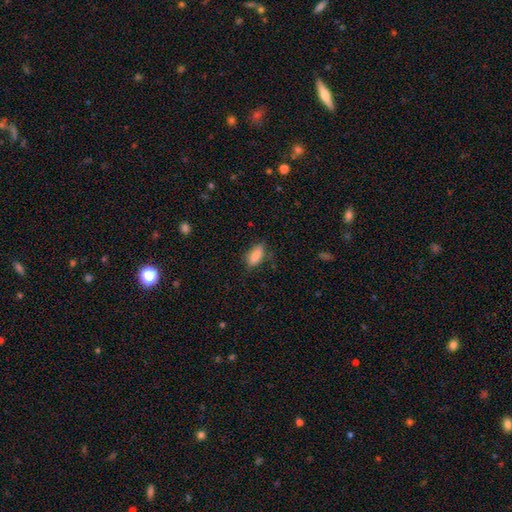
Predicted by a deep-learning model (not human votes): This is clearly a smooth galaxy (84%). How rounded: clearly in between (82%). Merging: likely none (69%).